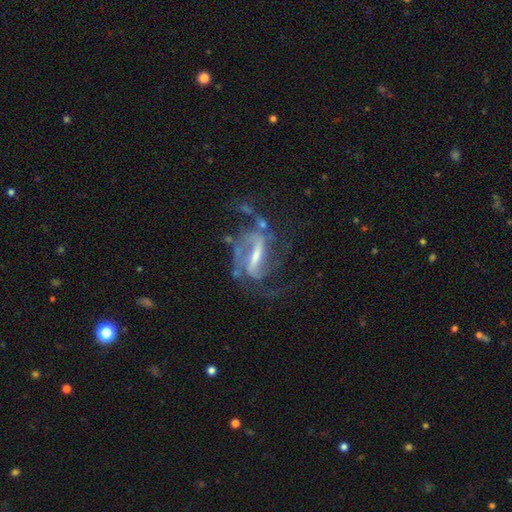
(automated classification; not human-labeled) Smooth or featured?
  - featured or disk: 87% *
  - smooth: 7%
  - star or artifact: 7%
Edge-on disk?
  - no: 93% *
  - yes: 7%
Bar?
  - strong: 62% *
  - weak: 29%
  - no: 9%
Spiral arms?
  - yes: 93% *
  - no: 7%
Spiral winding?
  - medium: 48% *
  - loose: 29%
  - tight: 23%
Spiral arm count?
  - 2: 65% *
  - can't tell: 13%
  - 3: 11%
  - 1: 6%
  - 4: 3%
  - more than 4: 2%
Bulge size?
  - small: 50% *
  - moderate: 36%
  - none: 8%
  - large: 5%
  - dominant: 1%
Merging?
  - none: 46% *
  - major disturbance: 29%
  - minor disturbance: 18%
  - merger: 7%